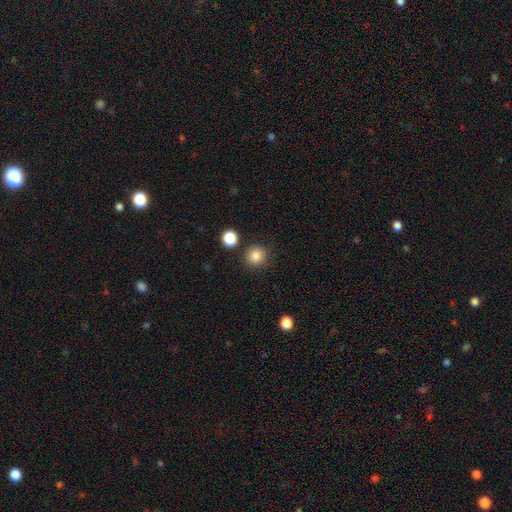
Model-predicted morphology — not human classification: The model was most divided on "smooth or featured": smooth: 84%, star or artifact: 11%, featured or disk: 5%. More confident: how rounded — round (93%); merging — none (87%).